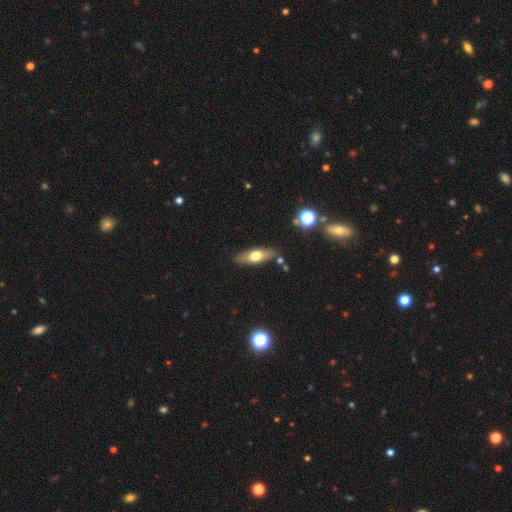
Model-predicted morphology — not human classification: type=smooth (55%); roundness=in between (55%); merging=none (83%).